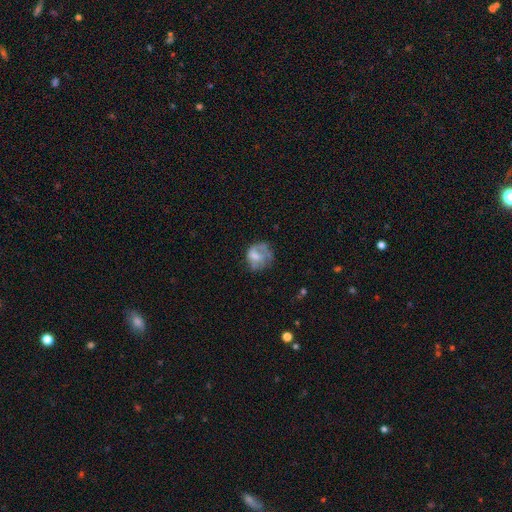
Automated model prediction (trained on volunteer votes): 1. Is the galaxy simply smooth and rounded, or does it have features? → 47% smooth, 44% featured or disk, 9% star or artifact.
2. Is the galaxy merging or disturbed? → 44% none, 28% major disturbance, 26% minor disturbance, 3% merger.